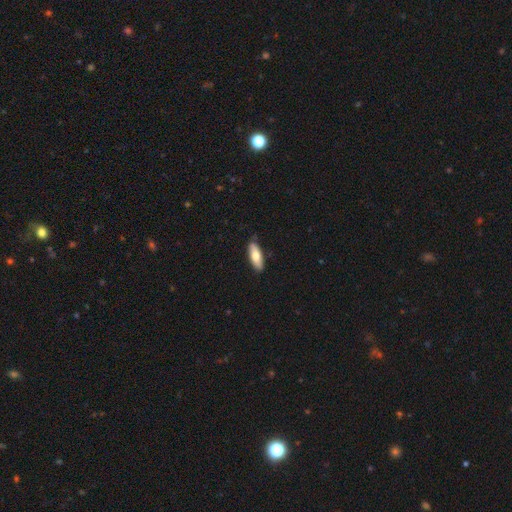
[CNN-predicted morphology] smooth 70%, featured or disk 24%, star or artifact 5%. Down the decision tree: how rounded — in between (68%); merging — none (84%).